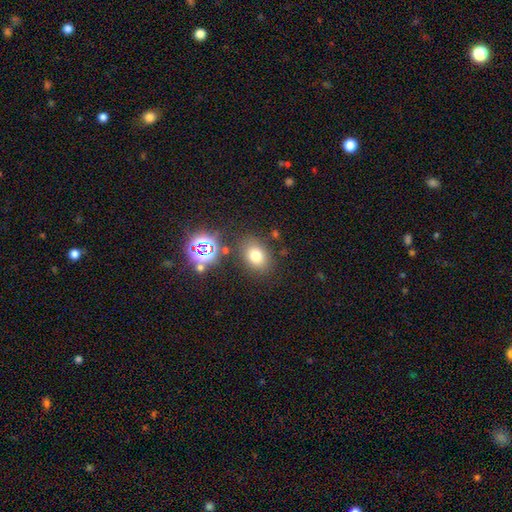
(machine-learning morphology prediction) Q: Smooth or featured?
A: smooth (72%); runner-up: star or artifact (18%)
Q: How rounded?
A: in between (67%); runner-up: round (32%)
Q: Merging?
A: none (80%); runner-up: minor disturbance (11%)